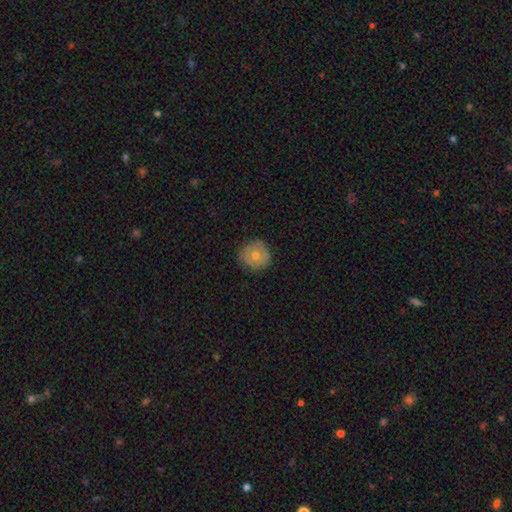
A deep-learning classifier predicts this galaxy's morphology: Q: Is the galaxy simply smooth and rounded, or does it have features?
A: smooth — 66%.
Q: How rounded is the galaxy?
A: round — 94%.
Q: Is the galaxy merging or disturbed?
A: none — 86%.